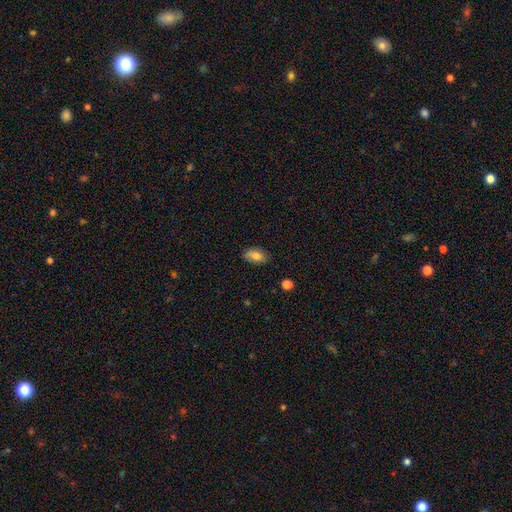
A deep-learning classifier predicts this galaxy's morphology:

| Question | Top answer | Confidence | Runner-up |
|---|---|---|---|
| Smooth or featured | smooth | 79% | featured or disk (13%) |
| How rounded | in between | 90% | round (7%) |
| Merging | none | 81% | minor disturbance (15%) |